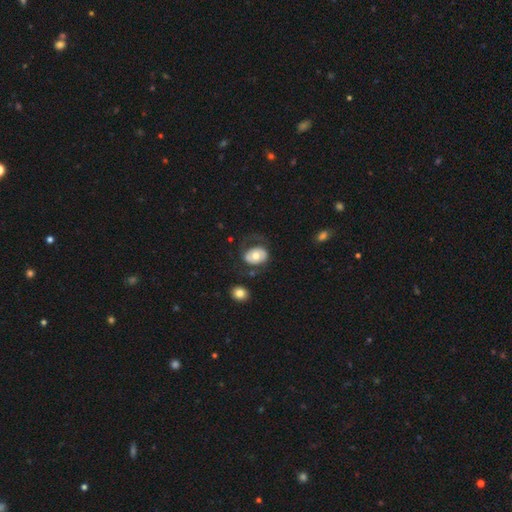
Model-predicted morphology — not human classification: A smooth galaxy with no disk features (54%) that is in between round and cigar-shaped (60%).

Vote fractions:
- Smooth or featured? smooth: 54% / featured or disk: 40% / star or artifact: 6%
- How rounded? in between: 60% / round: 38% / cigar-shaped: 1%
- Merging? none: 60% / minor disturbance: 18% / major disturbance: 17% / merger: 5%